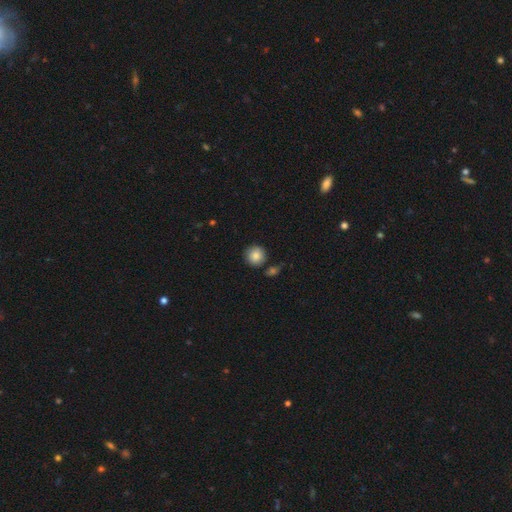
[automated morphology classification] Smooth or featured? smooth (85%)
How rounded? round (92%)
Merging? none (78%)